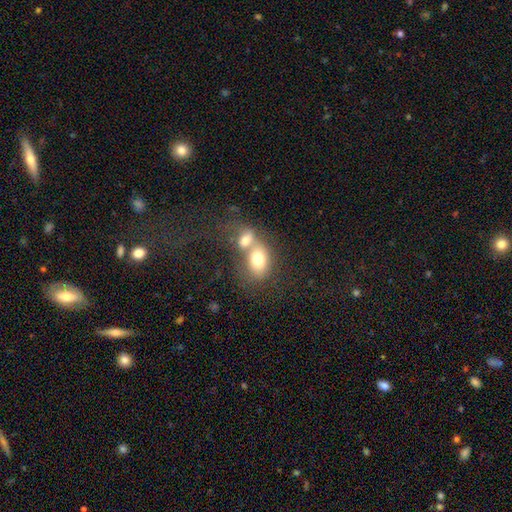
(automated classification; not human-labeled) Morphology: type=smooth (64%); roundness=in between (66%); merging=merger (68%).